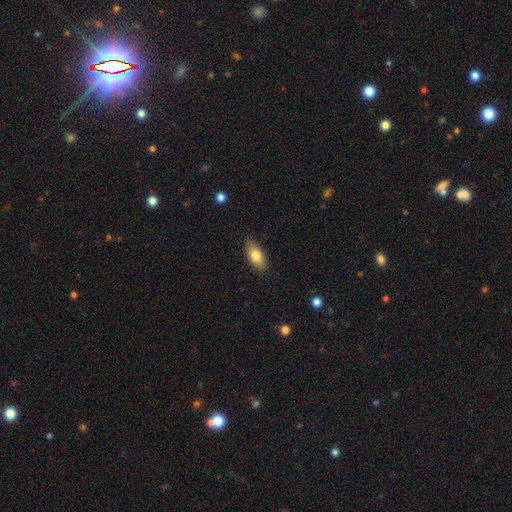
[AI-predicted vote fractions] Smooth or featured? Predicted: smooth (p=0.79). How rounded? Predicted: in between (p=0.87). Merging? Predicted: none (p=0.86).